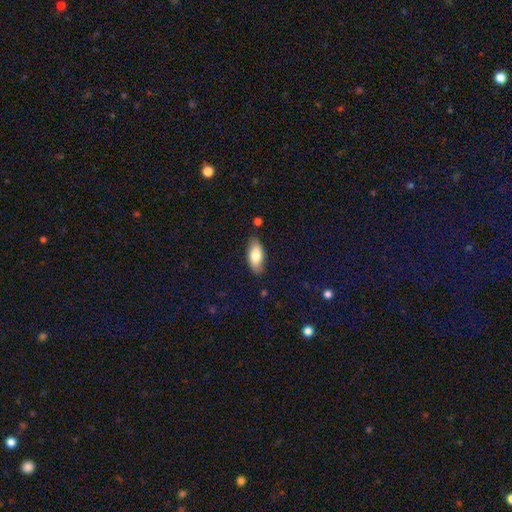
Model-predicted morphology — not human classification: Overall: smooth (76%). How rounded: in between (87%). Merging: none (82%).